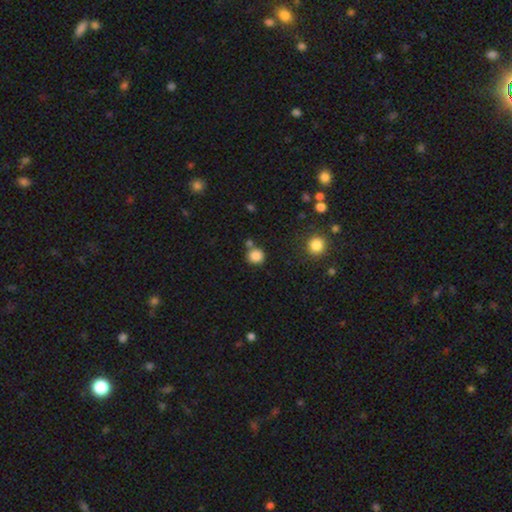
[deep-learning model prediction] A smooth galaxy with no disk features (85%) that is round (90%). Merging: none (75%).